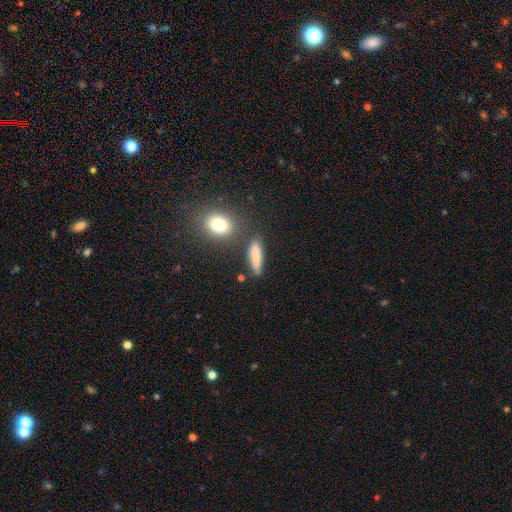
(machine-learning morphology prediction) smooth-or-featured: smooth: 78% | featured or disk: 13% | star or artifact: 9%
  how-rounded: cigar-shaped: 69% | in between: 25% | round: 6%
  merging: none: 76% | minor disturbance: 13% | merger: 7% | major disturbance: 4%